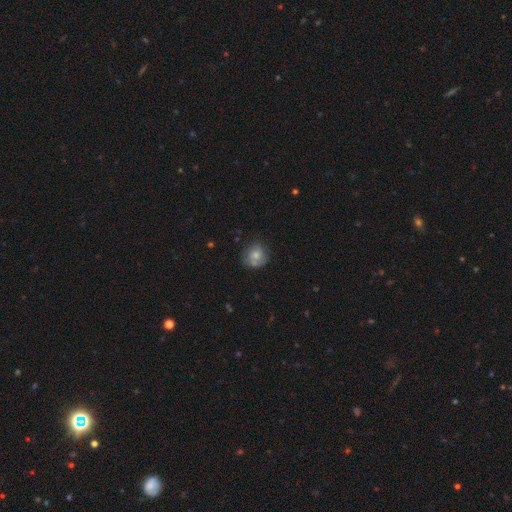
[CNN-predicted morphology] Smooth or featured?
  - smooth: 61% *
  - featured or disk: 29%
  - star or artifact: 10%
How rounded?
  - round: 80% *
  - in between: 19%
  - cigar-shaped: 1%
Merging?
  - none: 63% *
  - minor disturbance: 21%
  - merger: 10%
  - major disturbance: 7%